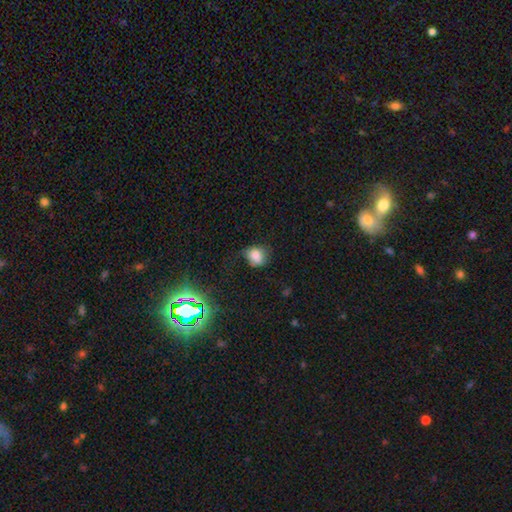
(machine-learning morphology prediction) smooth-or-featured: smooth: 76% | star or artifact: 14% | featured or disk: 10%
  how-rounded: round: 59% | in between: 40% | cigar-shaped: 1%
  merging: none: 50% | minor disturbance: 32% | major disturbance: 14% | merger: 3%